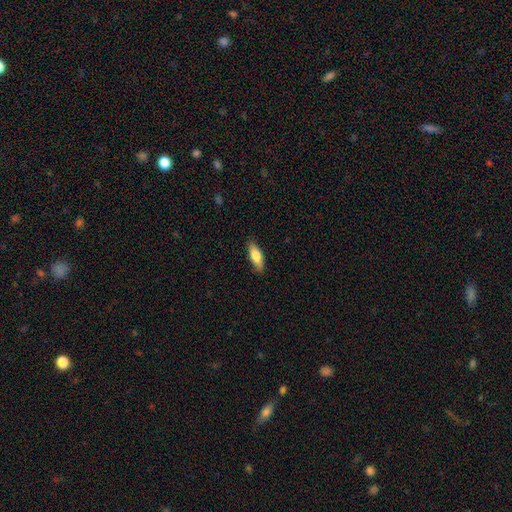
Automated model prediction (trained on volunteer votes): smooth-or-featured: smooth: 79% | featured or disk: 15% | star or artifact: 6%
  how-rounded: in between: 69% | cigar-shaped: 29% | round: 2%
  merging: none: 85% | minor disturbance: 12% | major disturbance: 2% | merger: 1%